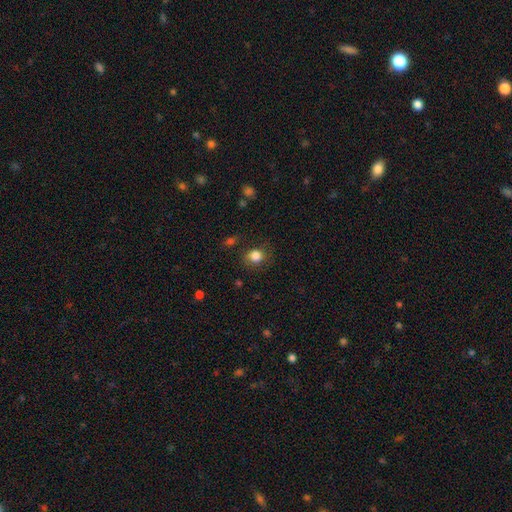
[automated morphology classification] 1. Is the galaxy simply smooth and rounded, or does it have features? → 84% smooth, 11% star or artifact, 6% featured or disk.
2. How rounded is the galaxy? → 72% round, 27% in between, 1% cigar-shaped.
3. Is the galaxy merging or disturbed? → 79% none, 14% minor disturbance, 5% major disturbance, 2% merger.